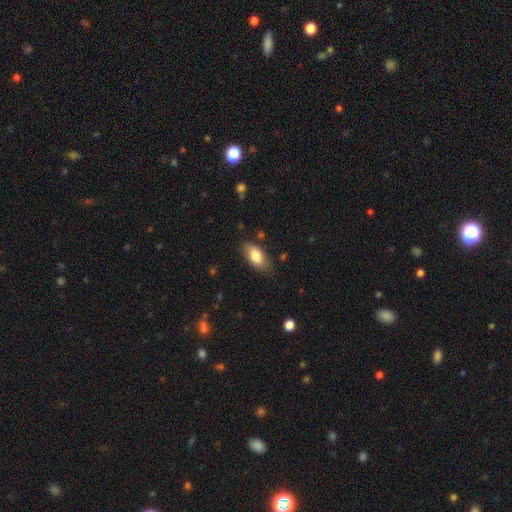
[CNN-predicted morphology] The model was most divided on "merging": none: 77%, minor disturbance: 17%, major disturbance: 4%, merger: 2%. More confident: how rounded — in between (90%); smooth or featured — smooth (83%).